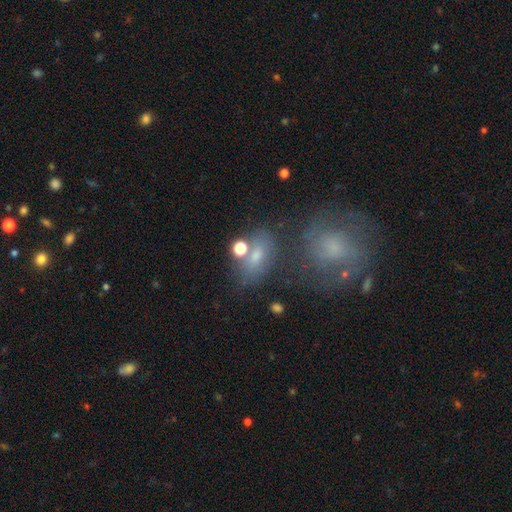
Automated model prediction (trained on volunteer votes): Smooth or featured: smooth — 59% (featured or disk — 23%)
How rounded: in between — 75% (round — 21%)
Merging: none — 57% (minor disturbance — 18%)